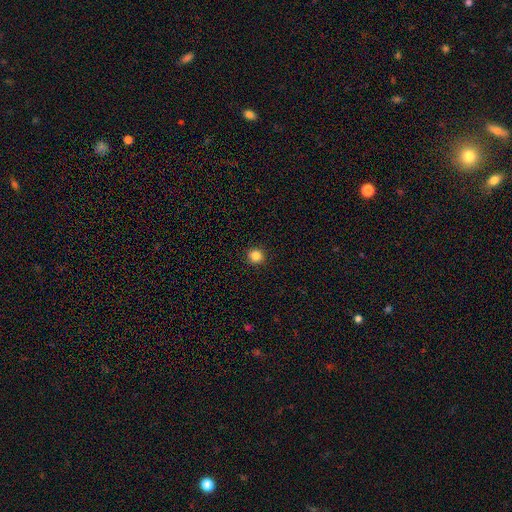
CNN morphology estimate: The model was most divided on "smooth or featured": smooth: 85%, star or artifact: 12%, featured or disk: 4%. More confident: how rounded — round (94%); merging — none (93%).